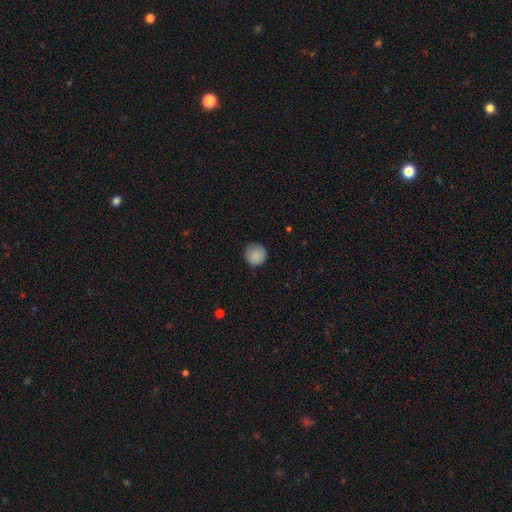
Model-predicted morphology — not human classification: This appears to be a smooth galaxy with no disk features (87%) that is round (95%). Merging: none (87%).